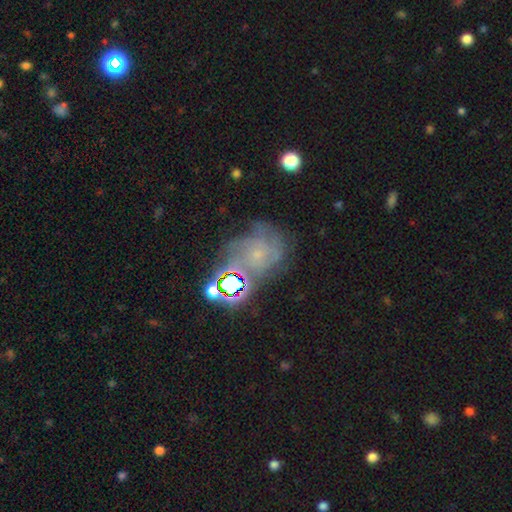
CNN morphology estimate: The model was most divided on "smooth or featured": featured or disk: 52%, star or artifact: 31%, smooth: 17%. More confident: edge-on disk — no (97%); spiral arms — yes (87%); bulge size — small (76%); bar — no (74%); merging — none (63%).